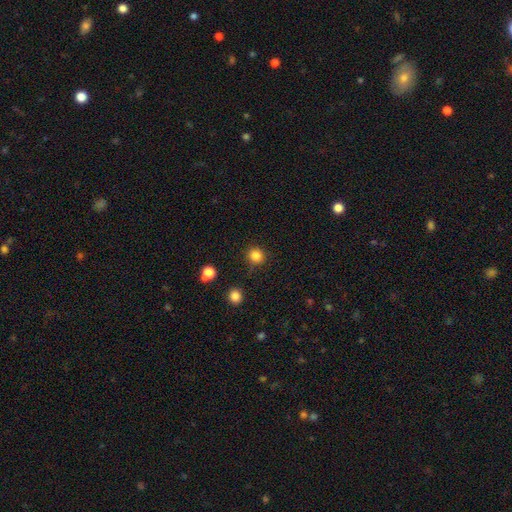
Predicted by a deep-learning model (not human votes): Smooth or featured? smooth (84%)
How rounded? round (91%)
Merging? none (84%)